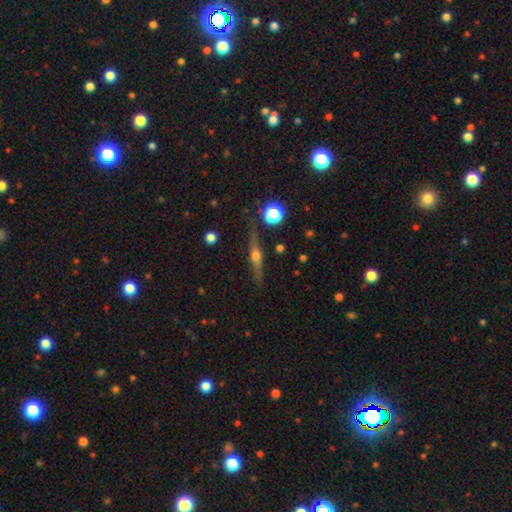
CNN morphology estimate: This appears to be a featured or disk galaxy (66%) viewed edge-on (95%) with a rounded central bulge (91%). Merging: none (84%).